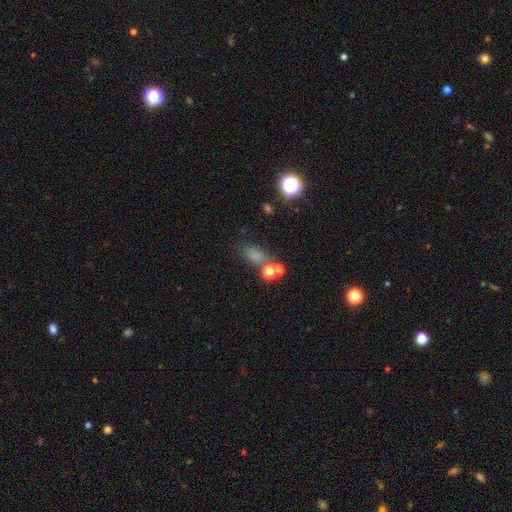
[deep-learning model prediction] Smooth or featured: smooth — 69% (star or artifact — 22%)
How rounded: in between — 72% (round — 22%)
Merging: none — 61% (merger — 18%)